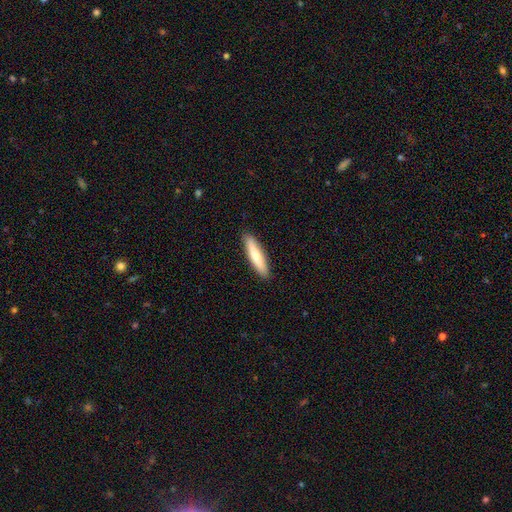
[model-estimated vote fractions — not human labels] A smooth galaxy with no disk features (69%) that is cigar-shaped (82%). Merging: none (90%).